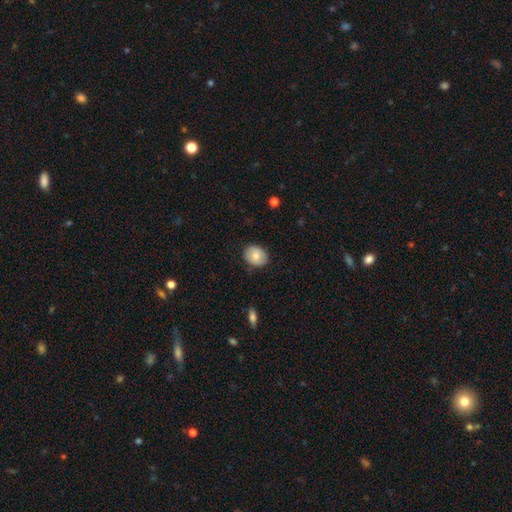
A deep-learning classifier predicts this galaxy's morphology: Smooth or featured? Predicted: smooth (p=0.76). How rounded? Predicted: in between (p=0.51). Merging? Predicted: none (p=0.85).